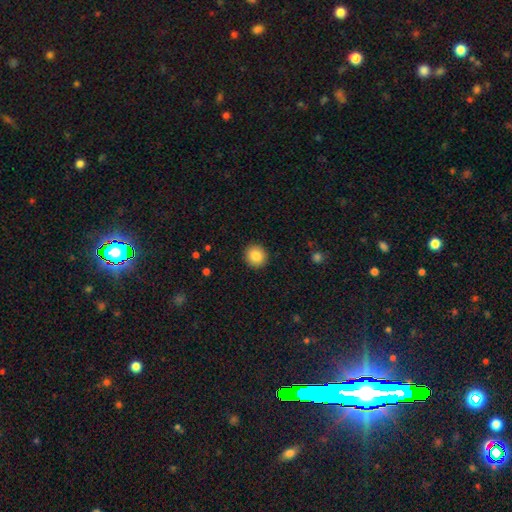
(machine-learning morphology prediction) This appears to be a smooth galaxy with no disk features (86%) that is round (89%). Merging: none (92%).